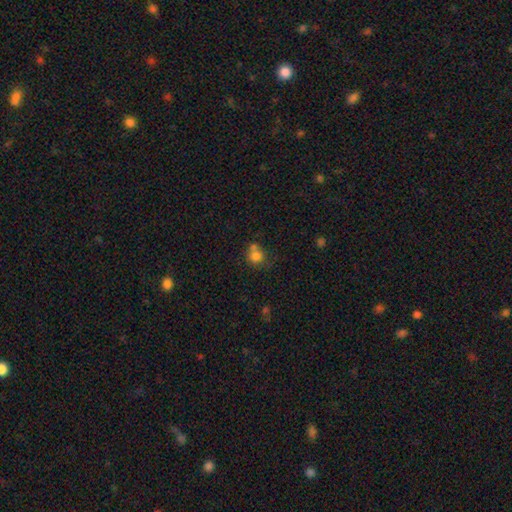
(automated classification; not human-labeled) smooth-or-featured: smooth: 77% | star or artifact: 12% | featured or disk: 11%
  how-rounded: round: 81% | in between: 18% | cigar-shaped: 1%
  merging: none: 43% | merger: 38% | minor disturbance: 13% | major disturbance: 6%